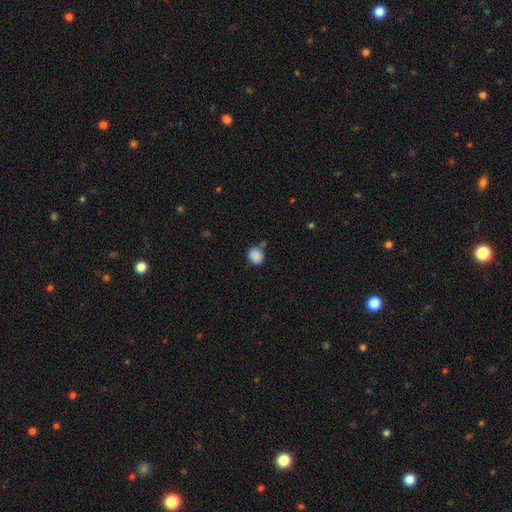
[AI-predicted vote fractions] Smooth or featured?
  - smooth: 87% *
  - star or artifact: 9%
  - featured or disk: 3%
How rounded?
  - round: 78% *
  - in between: 21%
  - cigar-shaped: 1%
Merging?
  - none: 71% *
  - minor disturbance: 16%
  - merger: 9%
  - major disturbance: 4%